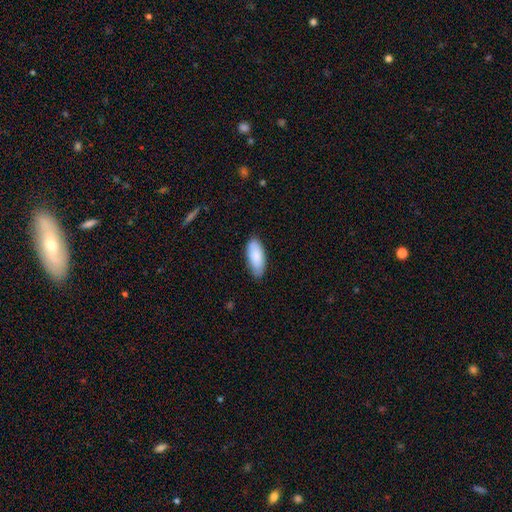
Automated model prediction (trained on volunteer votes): smooth 87%, featured or disk 7%, star or artifact 6%. Down the decision tree: how rounded — in between (86%); merging — none (78%).